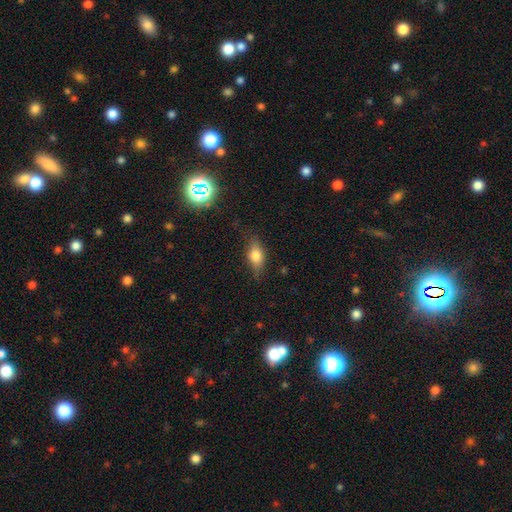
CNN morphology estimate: smooth_or_featured: smooth (p=0.70) [alt: featured or disk p=0.20]
how_rounded: in between (p=0.80) [alt: cigar-shaped p=0.12]
merging: none (p=0.73) [alt: minor disturbance p=0.20]